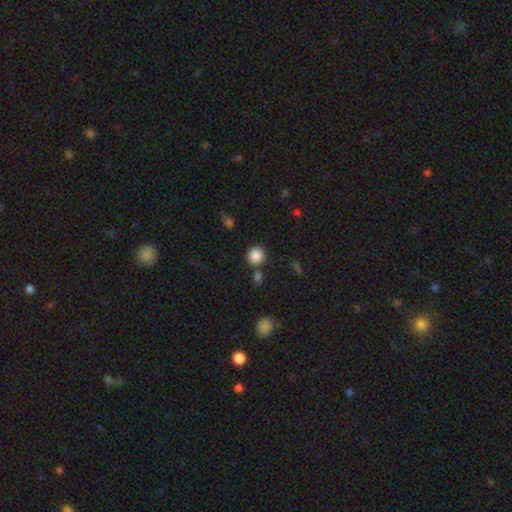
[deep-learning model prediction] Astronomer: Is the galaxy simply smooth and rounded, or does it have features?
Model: smooth — 86%.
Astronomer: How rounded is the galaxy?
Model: round — 90%.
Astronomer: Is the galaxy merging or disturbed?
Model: none — 78%.